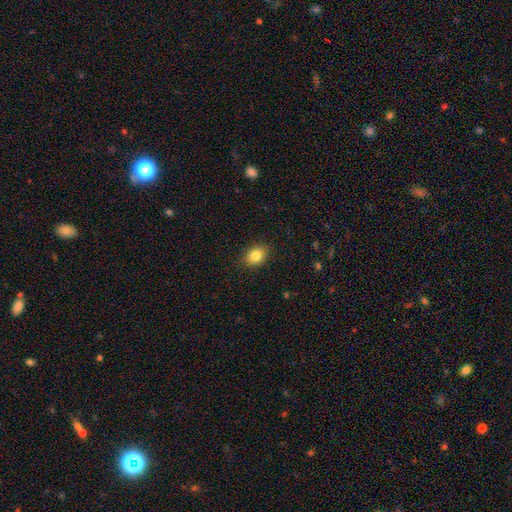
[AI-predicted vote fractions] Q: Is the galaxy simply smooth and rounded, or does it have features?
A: smooth — 84%.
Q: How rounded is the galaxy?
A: in between — 60%.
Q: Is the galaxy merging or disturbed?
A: none — 88%.